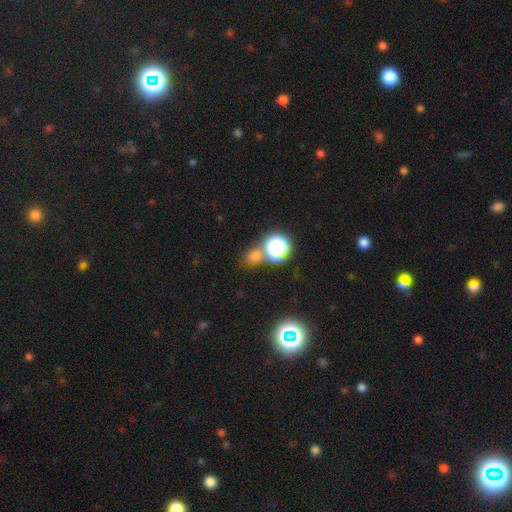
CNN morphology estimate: smooth 58%, star or artifact 35%, featured or disk 7%. Down the decision tree: how rounded — round (72%); merging — none (65%).